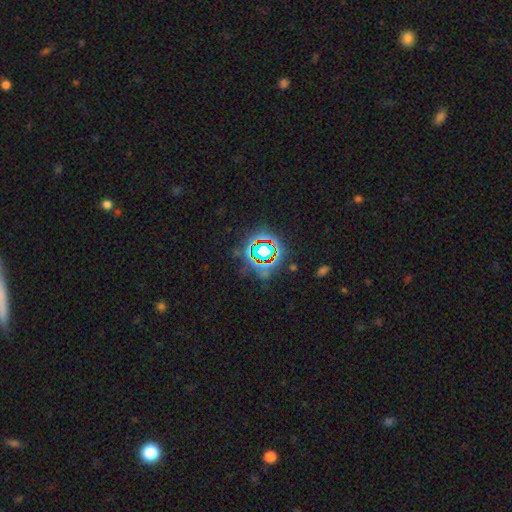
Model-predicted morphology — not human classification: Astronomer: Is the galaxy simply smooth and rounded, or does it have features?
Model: star or artifact — 78%.